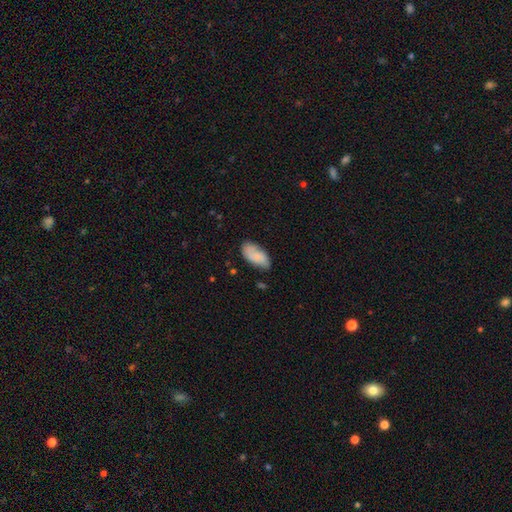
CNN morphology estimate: Smooth or featured: smooth — 75% (featured or disk — 19%)
How rounded: in between — 93% (cigar-shaped — 5%)
Merging: none — 64% (minor disturbance — 27%)